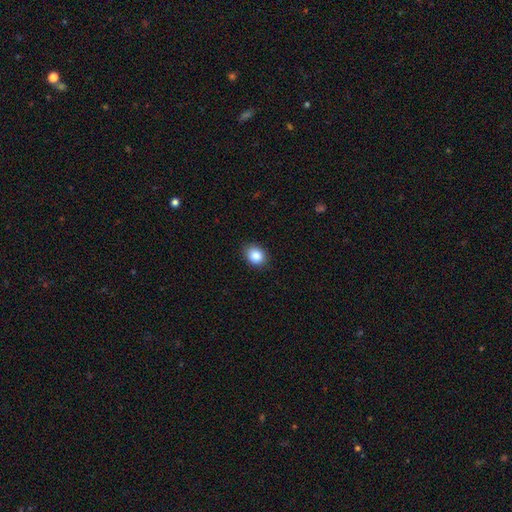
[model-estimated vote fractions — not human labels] Smooth or featured? Predicted: smooth (p=0.86). How rounded? Predicted: round (p=0.55). Merging? Predicted: none (p=0.88).